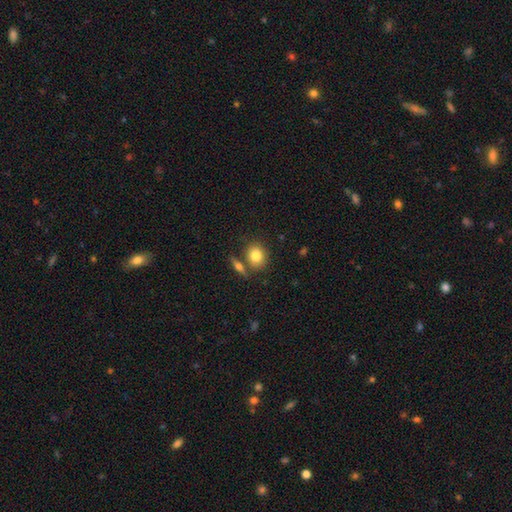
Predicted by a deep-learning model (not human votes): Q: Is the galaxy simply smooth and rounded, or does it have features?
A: smooth — 82%.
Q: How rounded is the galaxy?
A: round — 58%.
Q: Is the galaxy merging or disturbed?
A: none — 64%.